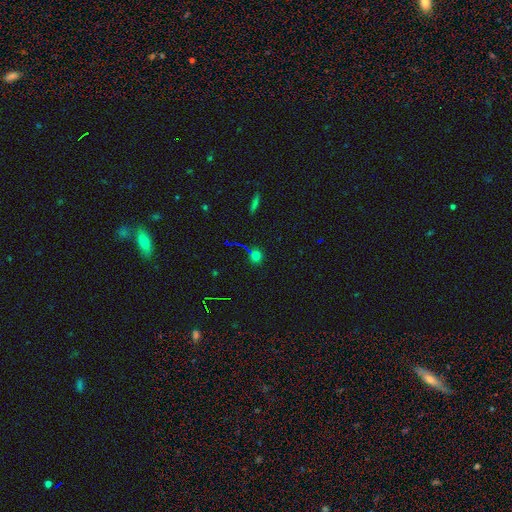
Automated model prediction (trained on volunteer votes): Smooth or featured: smooth — 65% (star or artifact — 27%)
How rounded: round — 83% (in between — 14%)
Merging: none — 74% (minor disturbance — 11%)